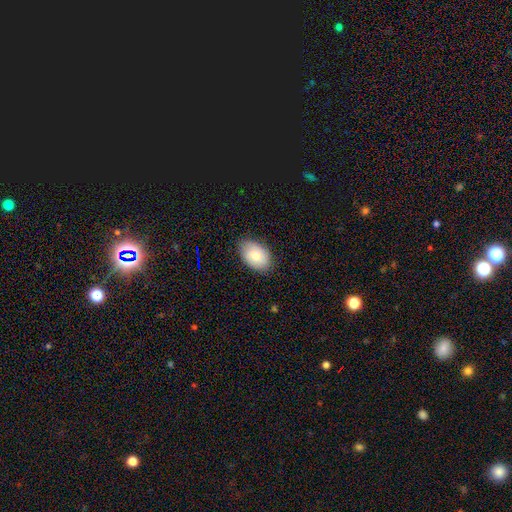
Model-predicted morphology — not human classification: smooth-or-featured: smooth: 78% | featured or disk: 15% | star or artifact: 7%
  how-rounded: in between: 89% | round: 10% | cigar-shaped: 1%
  merging: none: 81% | minor disturbance: 16% | major disturbance: 3% | merger: 1%